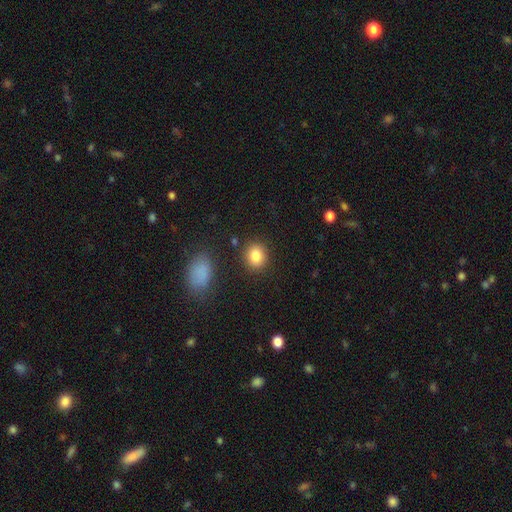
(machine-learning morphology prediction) This is clearly a smooth galaxy (84%). How rounded: likely round (70%). Merging: clearly none (85%).